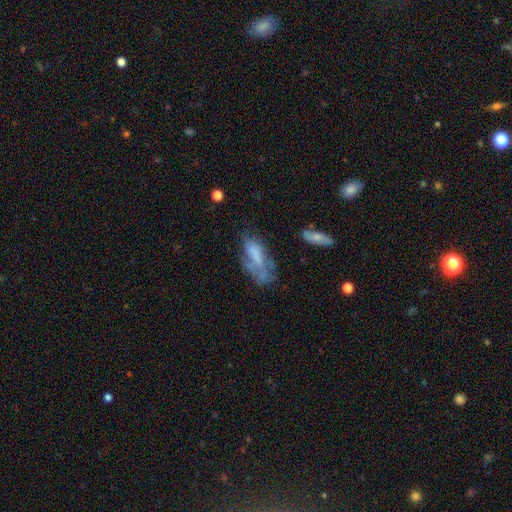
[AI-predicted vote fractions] Smooth or featured? Predicted: smooth (p=0.46). Merging? Predicted: none (p=0.36).